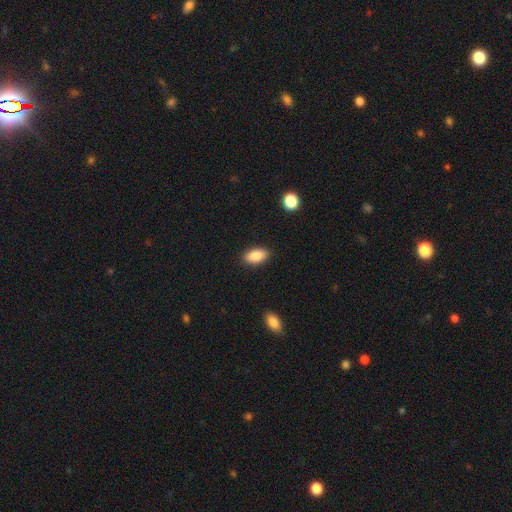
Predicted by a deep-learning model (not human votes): smooth-or-featured: smooth: 86% | star or artifact: 7% | featured or disk: 7%
  how-rounded: in between: 92% | cigar-shaped: 4% | round: 4%
  merging: none: 89% | minor disturbance: 8% | major disturbance: 2% | merger: 1%